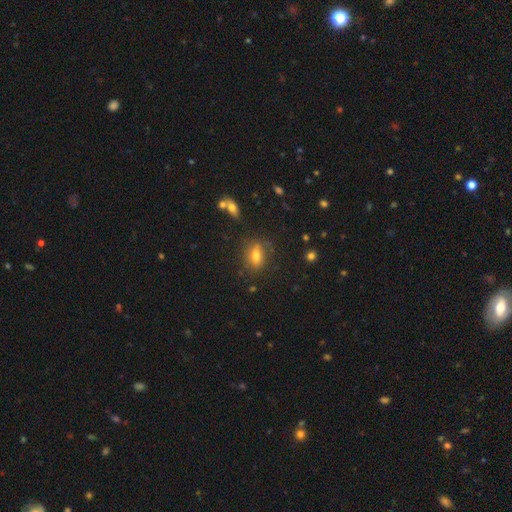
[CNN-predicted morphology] Q: Smooth or featured?
A: smooth (68%); runner-up: featured or disk (20%)
Q: How rounded?
A: in between (72%); runner-up: round (18%)
Q: Merging?
A: none (73%); runner-up: minor disturbance (17%)